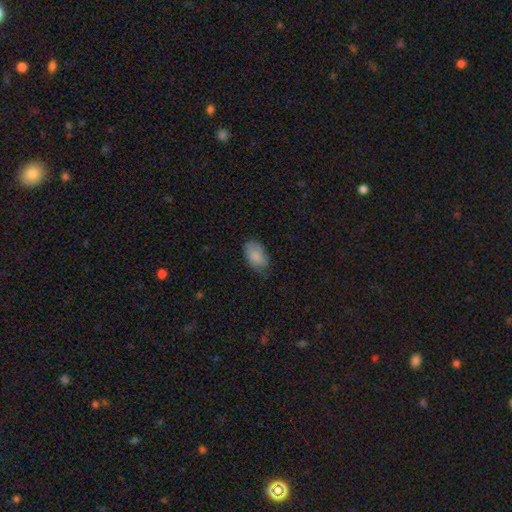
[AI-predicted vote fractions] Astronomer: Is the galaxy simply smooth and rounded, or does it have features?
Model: smooth — 81%.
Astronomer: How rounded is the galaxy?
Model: in between — 92%.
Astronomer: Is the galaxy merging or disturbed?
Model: none — 62%.